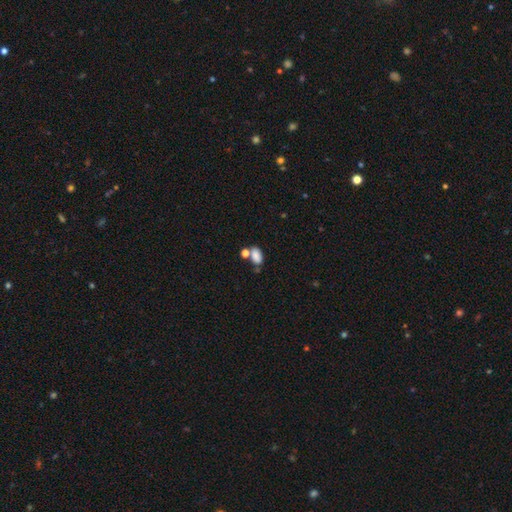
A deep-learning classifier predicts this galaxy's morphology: Smooth or featured? Predicted: smooth (p=0.82). How rounded? Predicted: in between (p=0.88). Merging? Predicted: none (p=0.49).